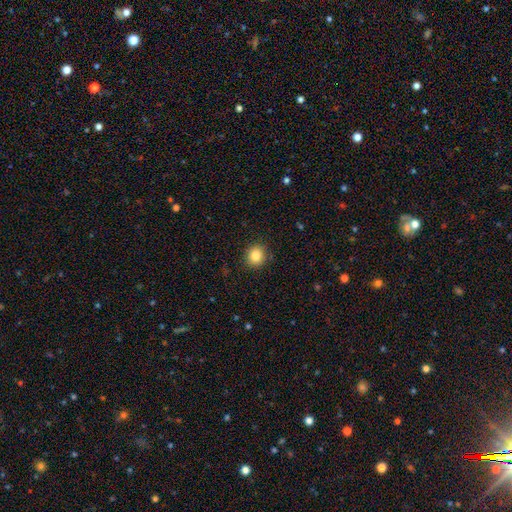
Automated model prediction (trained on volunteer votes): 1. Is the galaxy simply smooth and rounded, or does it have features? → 84% smooth, 10% star or artifact, 6% featured or disk.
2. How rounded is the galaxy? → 85% round, 14% in between, 1% cigar-shaped.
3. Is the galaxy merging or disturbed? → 90% none, 7% minor disturbance, 2% major disturbance, 1% merger.